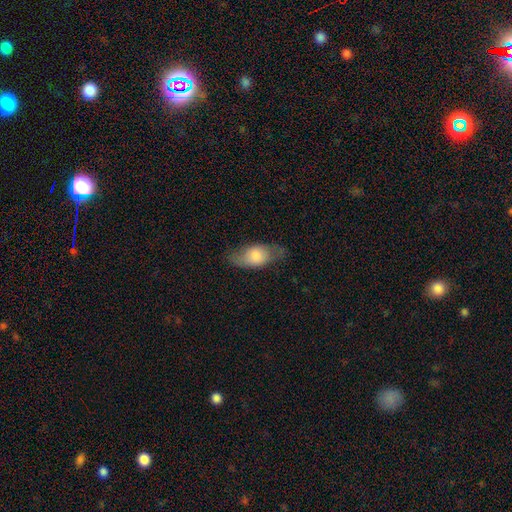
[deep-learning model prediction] Morphology: type=smooth (66%); roundness=in between (85%); merging=none (68%).